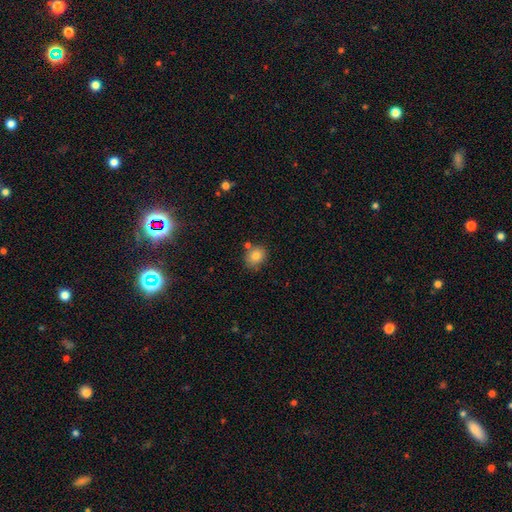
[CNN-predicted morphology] Smooth or featured: smooth — 82% (star or artifact — 10%)
How rounded: round — 55% (in between — 44%)
Merging: none — 74% (minor disturbance — 14%)